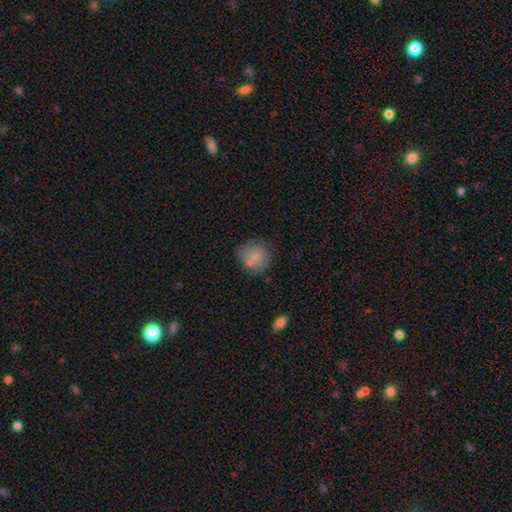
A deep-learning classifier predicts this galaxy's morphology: type=smooth (78%); roundness=round (85%); merging=none (65%).